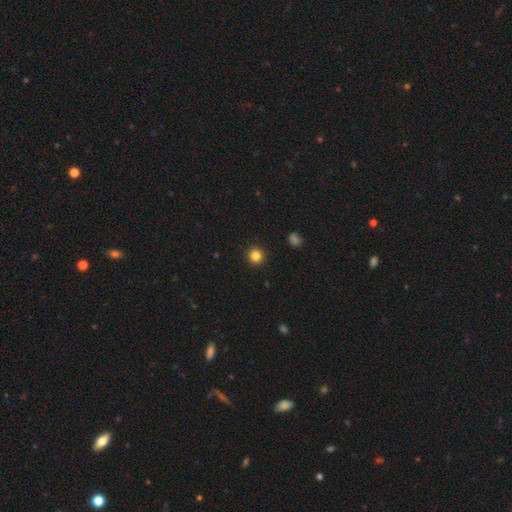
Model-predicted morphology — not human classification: A smooth galaxy with no disk features (84%) that is round (95%). Merging: none (93%).